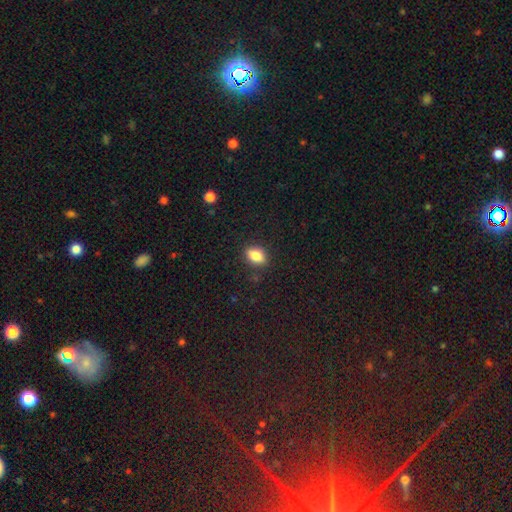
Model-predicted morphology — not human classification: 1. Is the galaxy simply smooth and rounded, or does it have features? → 84% smooth, 9% star or artifact, 7% featured or disk.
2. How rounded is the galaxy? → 82% in between, 15% round, 3% cigar-shaped.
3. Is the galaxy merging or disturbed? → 86% none, 10% minor disturbance, 2% major disturbance, 1% merger.